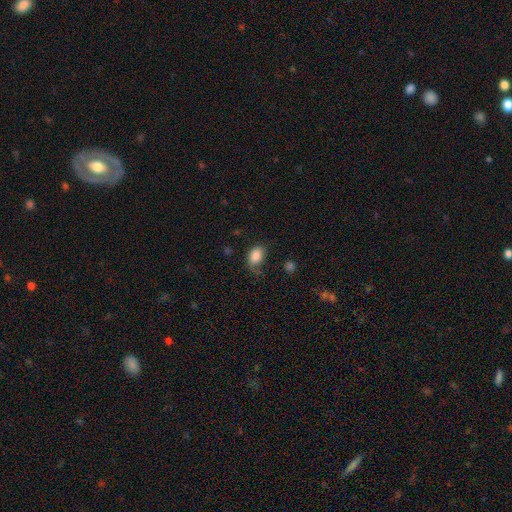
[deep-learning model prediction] Morphology: type=smooth (85%); roundness=in between (78%); merging=none (54%).